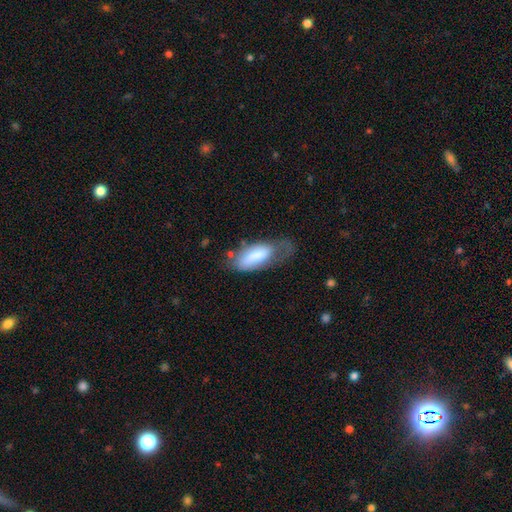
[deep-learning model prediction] smooth_or_featured: smooth (p=0.72) [alt: featured or disk p=0.21]
how_rounded: in between (p=0.84) [alt: cigar-shaped p=0.14]
merging: major disturbance (p=0.34) [alt: minor disturbance p=0.32]